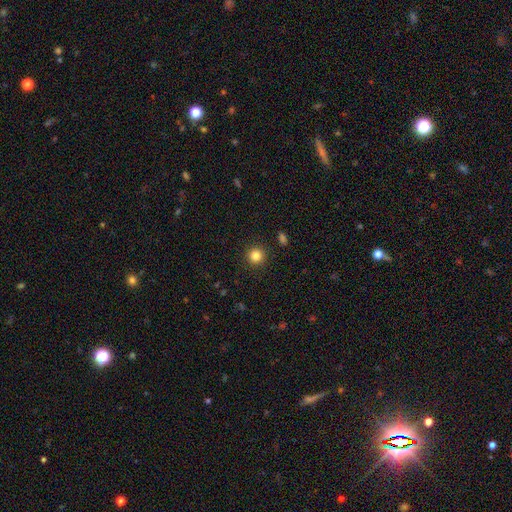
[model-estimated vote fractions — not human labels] Overall: smooth (84%). How rounded: round (95%). Merging: none (92%).